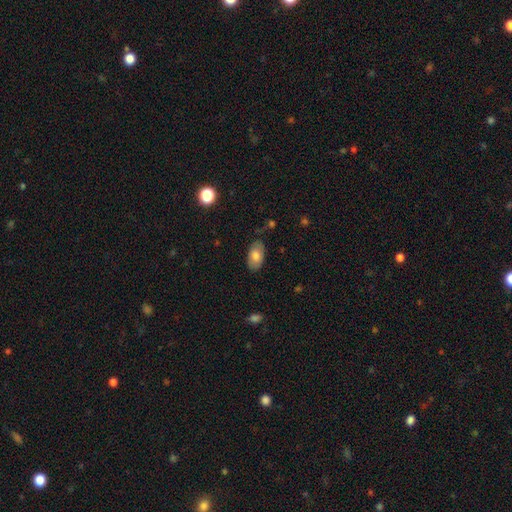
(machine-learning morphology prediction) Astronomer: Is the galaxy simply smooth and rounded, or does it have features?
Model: smooth — 75%.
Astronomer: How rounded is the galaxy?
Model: in between — 94%.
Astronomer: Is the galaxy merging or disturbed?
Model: none — 77%.